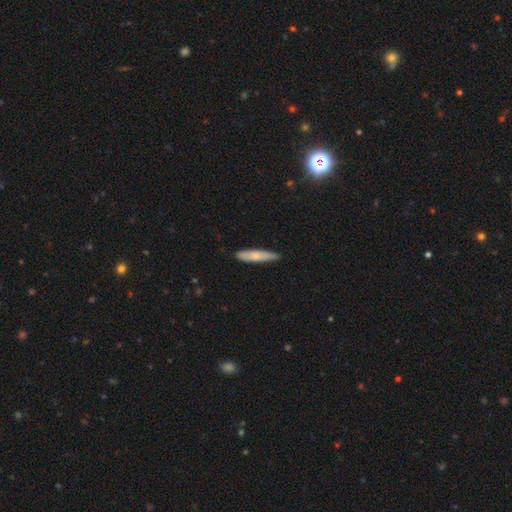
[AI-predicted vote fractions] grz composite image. It shows a smooth galaxy with no disk features (70%) that is cigar-shaped (84%). Merging: none (83%).